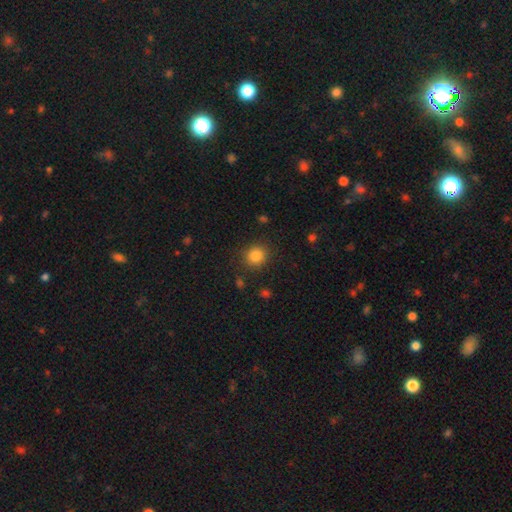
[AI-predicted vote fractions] This is clearly a smooth galaxy (85%). How rounded: clearly round (87%). Merging: clearly none (87%).